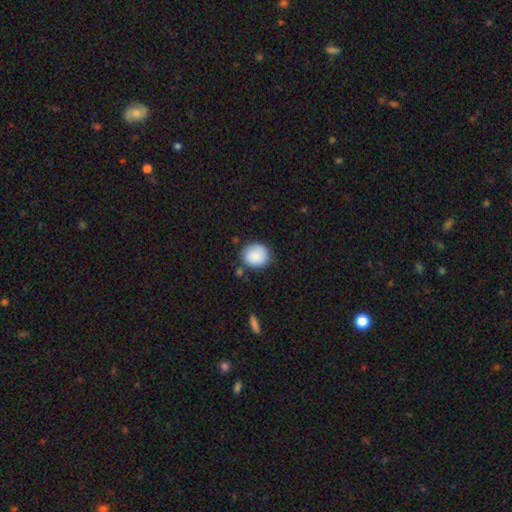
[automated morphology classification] Smooth or featured?
  - smooth: 86% *
  - star or artifact: 7%
  - featured or disk: 7%
How rounded?
  - round: 82% *
  - in between: 17%
  - cigar-shaped: 1%
Merging?
  - none: 78% *
  - minor disturbance: 15%
  - merger: 4%
  - major disturbance: 4%